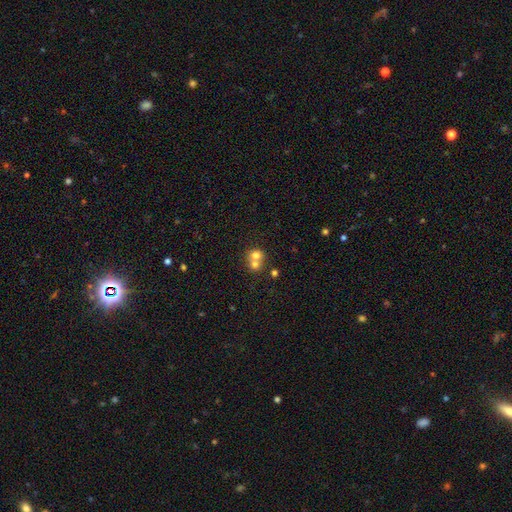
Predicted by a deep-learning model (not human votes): The model was most divided on "merging": merger: 60%, none: 32%, minor disturbance: 5%, major disturbance: 2%. More confident: how rounded — round (80%); smooth or featured — smooth (69%).